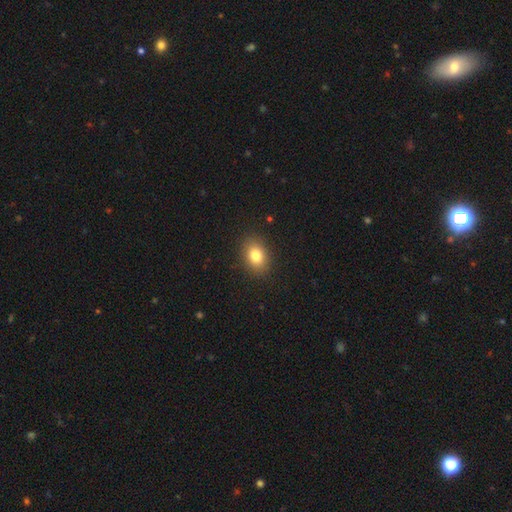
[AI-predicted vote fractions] Smooth or featured: smooth — 81% (star or artifact — 10%)
How rounded: in between — 71% (round — 28%)
Merging: none — 88% (minor disturbance — 8%)